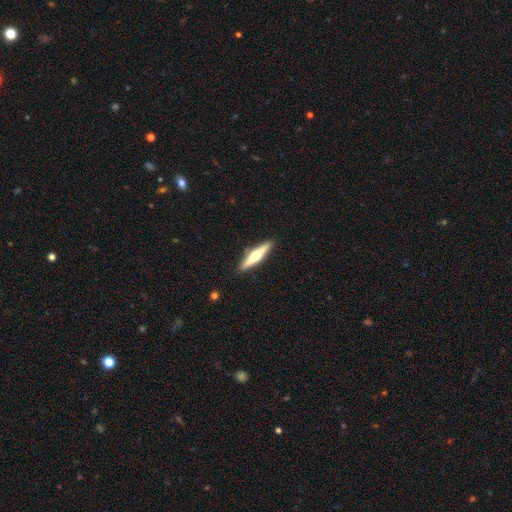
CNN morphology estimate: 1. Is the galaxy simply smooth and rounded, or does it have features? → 62% featured or disk, 33% smooth, 5% star or artifact.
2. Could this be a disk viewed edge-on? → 97% yes, 3% no.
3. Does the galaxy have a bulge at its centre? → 91% rounded, 5% boxy, 4% none.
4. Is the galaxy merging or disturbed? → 90% none, 7% minor disturbance, 2% major disturbance, 1% merger.